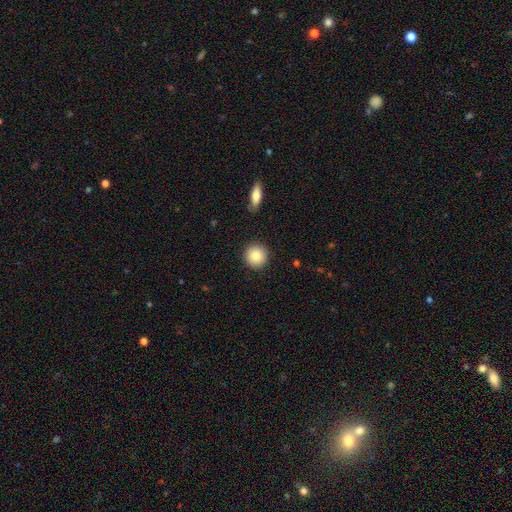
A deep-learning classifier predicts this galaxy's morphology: Q: Smooth or featured?
A: smooth (84%); runner-up: featured or disk (8%)
Q: How rounded?
A: round (94%); runner-up: in between (5%)
Q: Merging?
A: none (91%); runner-up: minor disturbance (6%)